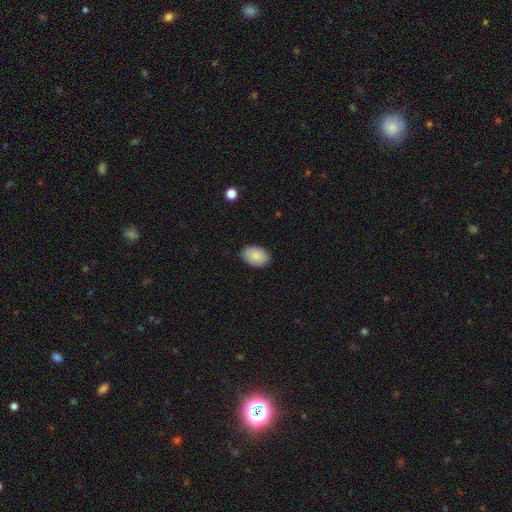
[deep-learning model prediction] Smooth or featured? Predicted: smooth (p=0.87). How rounded? Predicted: in between (p=0.87). Merging? Predicted: none (p=0.86).